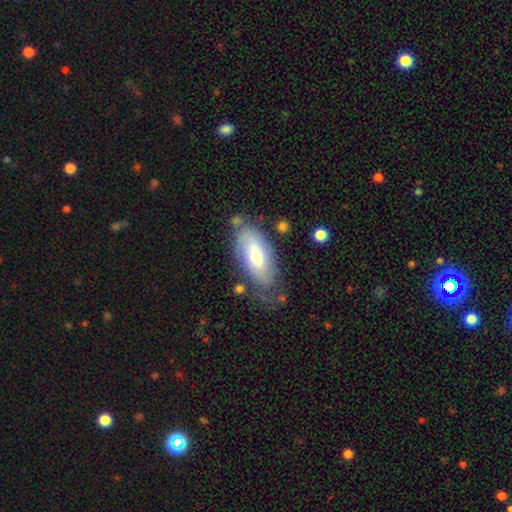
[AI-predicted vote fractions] Smooth or featured? smooth (58%)
How rounded? in between (87%)
Merging? none (61%)